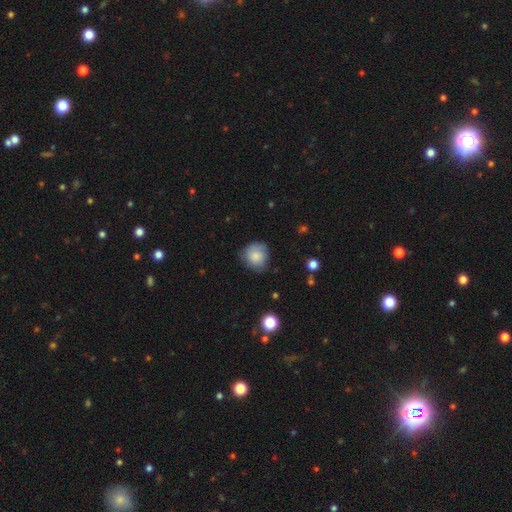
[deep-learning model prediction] Morphology: type=smooth (82%); roundness=round (83%); merging=none (70%).